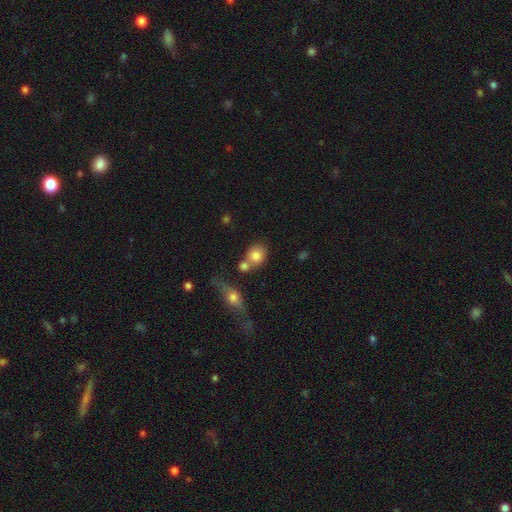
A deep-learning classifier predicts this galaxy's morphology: This appears to be a smooth galaxy with no disk features (79%) that is round (65%). Merging: none (49%).